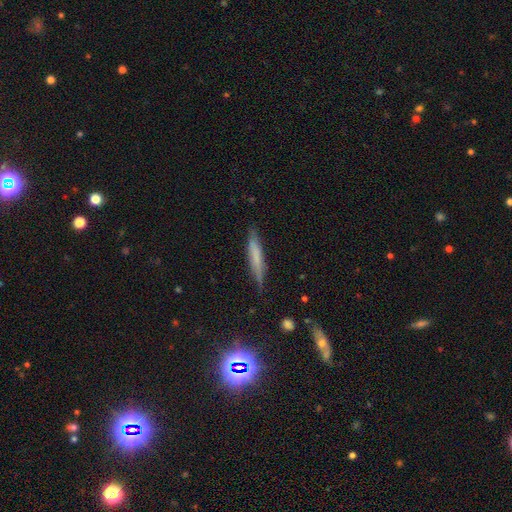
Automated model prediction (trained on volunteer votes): This is possibly a smooth galaxy (60%). How rounded: clearly cigar-shaped (91%). Merging: likely none (78%).